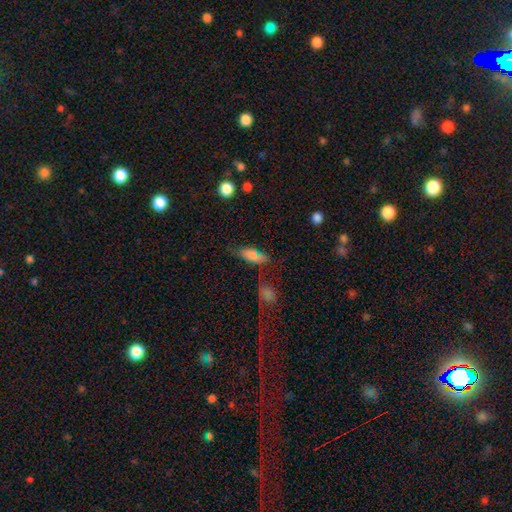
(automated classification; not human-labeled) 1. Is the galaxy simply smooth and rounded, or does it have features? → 75% smooth, 13% featured or disk, 12% star or artifact.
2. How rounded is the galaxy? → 76% in between, 19% cigar-shaped, 4% round.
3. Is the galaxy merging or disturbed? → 57% none, 20% minor disturbance, 13% merger, 9% major disturbance.